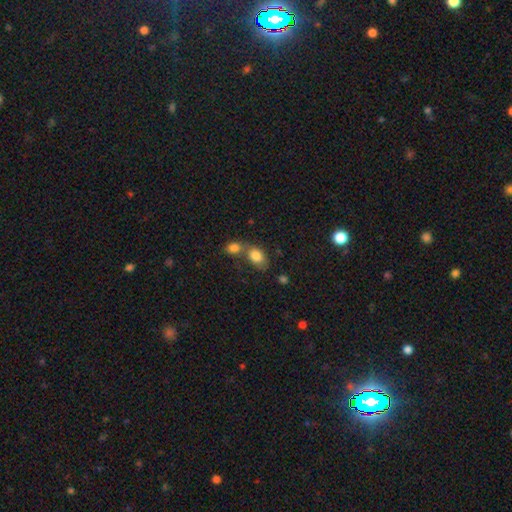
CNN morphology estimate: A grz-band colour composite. It shows a smooth galaxy with no disk features (83%) that is in between round and cigar-shaped (82%). Merging: merger (51%).